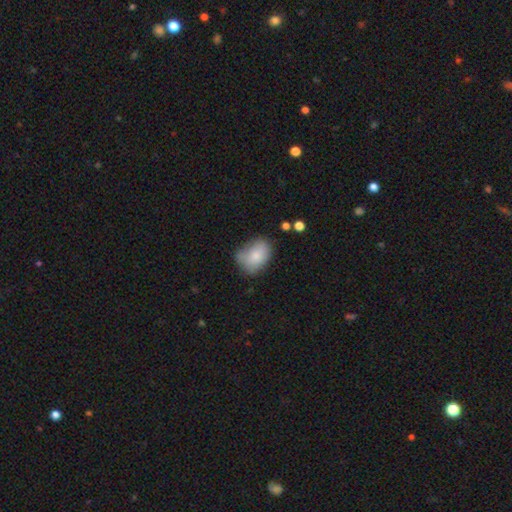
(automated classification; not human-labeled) Smooth or featured? Predicted: smooth (p=0.78). How rounded? Predicted: in between (p=0.78). Merging? Predicted: none (p=0.47).